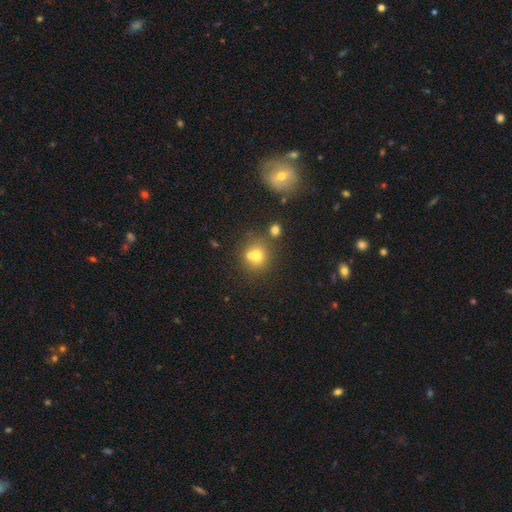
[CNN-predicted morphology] smooth_or_featured: smooth (p=0.69) [alt: featured or disk p=0.16]
how_rounded: round (p=0.84) [alt: in between p=0.15]
merging: none (p=0.52) [alt: merger p=0.35]